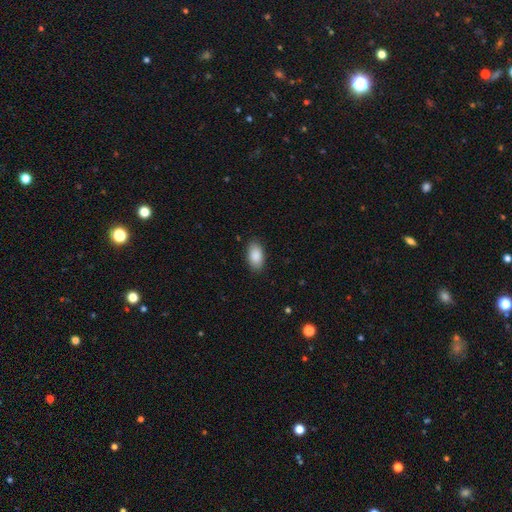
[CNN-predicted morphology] A smooth galaxy with no disk features (89%) that is in between round and cigar-shaped (94%).

Vote fractions:
- Smooth or featured? smooth: 89% / star or artifact: 6% / featured or disk: 5%
- How rounded? in between: 94% / round: 4% / cigar-shaped: 2%
- Merging? none: 87% / minor disturbance: 9% / major disturbance: 2% / merger: 1%